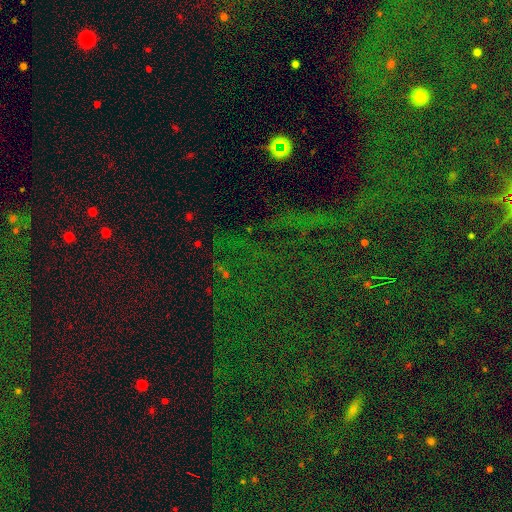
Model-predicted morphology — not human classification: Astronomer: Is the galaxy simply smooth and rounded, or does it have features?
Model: star or artifact — 80%.